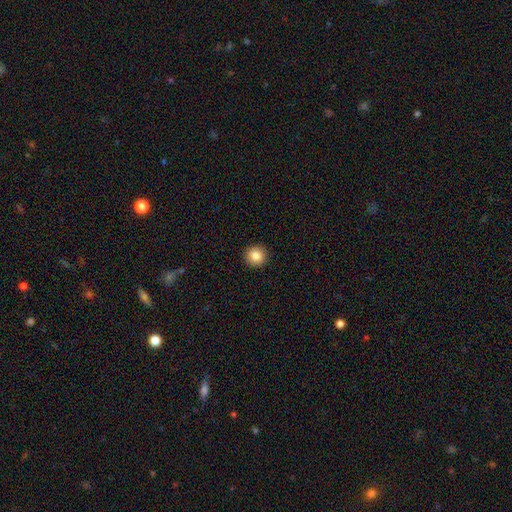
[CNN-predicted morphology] Q: Smooth or featured?
A: smooth (85%); runner-up: star or artifact (9%)
Q: How rounded?
A: round (94%); runner-up: in between (5%)
Q: Merging?
A: none (93%); runner-up: minor disturbance (5%)